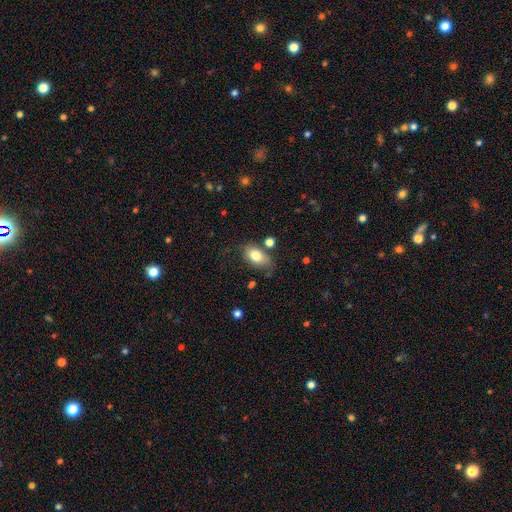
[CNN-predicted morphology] Smooth or featured? Predicted: smooth (p=0.77). How rounded? Predicted: in between (p=0.90). Merging? Predicted: none (p=0.64).